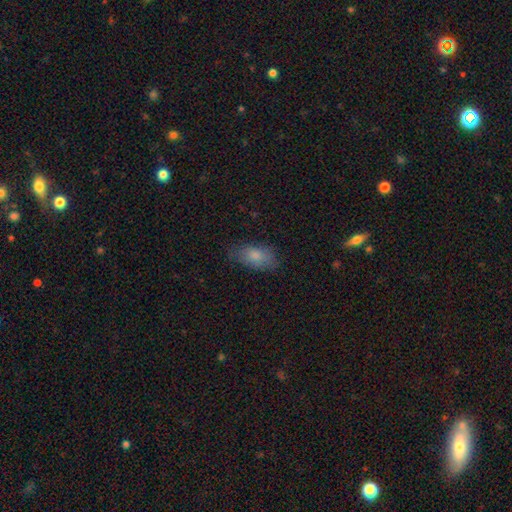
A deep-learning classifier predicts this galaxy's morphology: smooth_or_featured: smooth (p=0.81) [alt: featured or disk p=0.11]
how_rounded: in between (p=0.90) [alt: cigar-shaped p=0.05]
merging: none (p=0.71) [alt: minor disturbance p=0.22]